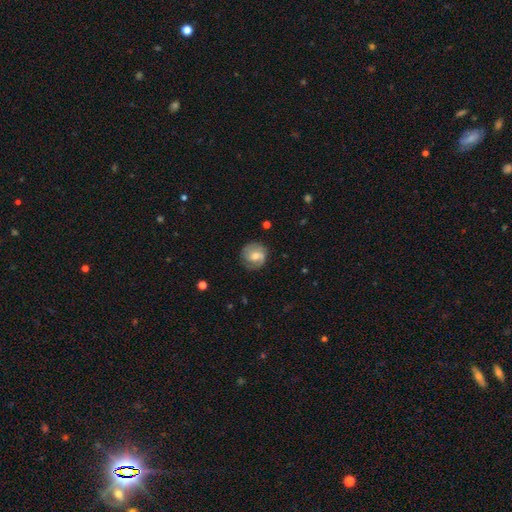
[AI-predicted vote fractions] featured or disk 63%, smooth 31%, star or artifact 7%. Down the decision tree: edge-on disk — no (97%); bar — weak (45%); spiral arms — yes (89%); spiral arm count — 2 (69%); spiral winding — tight (42%); bulge size — moderate (57%); merging — none (75%).